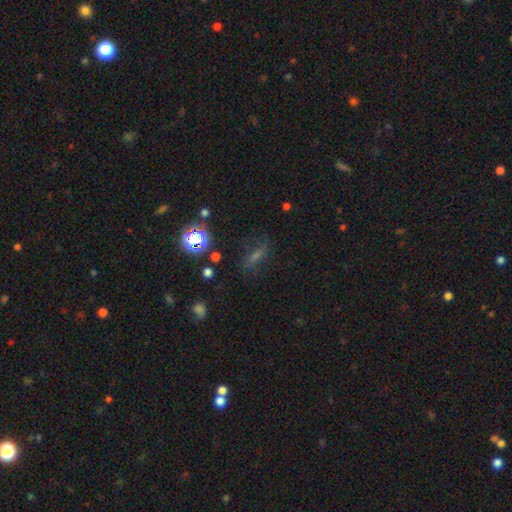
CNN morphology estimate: smooth 41%, star or artifact 34%, featured or disk 26%. Down the decision tree: merging — none (73%).